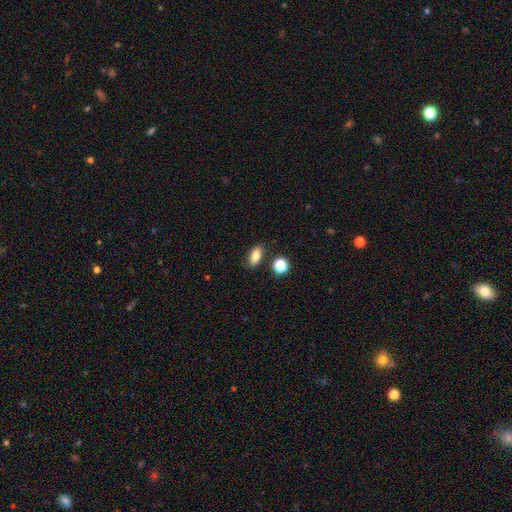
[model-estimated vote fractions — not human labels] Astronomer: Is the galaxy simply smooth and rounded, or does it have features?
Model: smooth — 80%.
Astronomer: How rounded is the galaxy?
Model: in between — 84%.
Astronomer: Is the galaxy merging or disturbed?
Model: none — 83%.